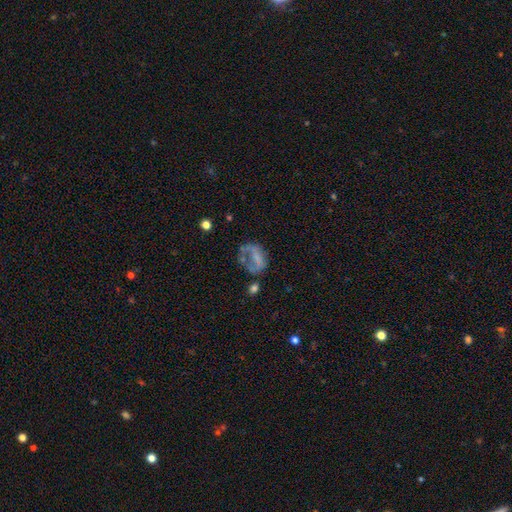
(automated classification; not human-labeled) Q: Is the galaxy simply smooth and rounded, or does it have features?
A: featured or disk — 45%.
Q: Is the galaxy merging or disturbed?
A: major disturbance — 41%.